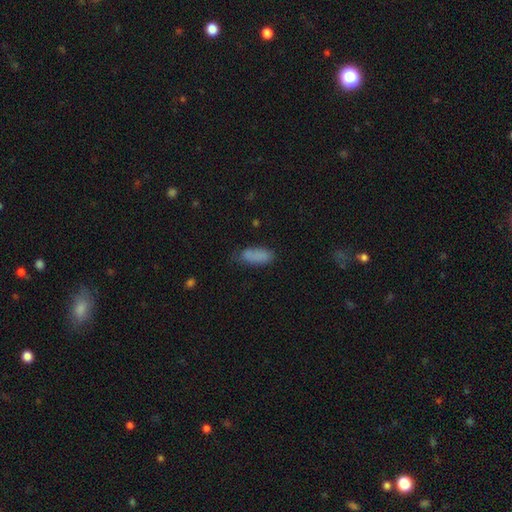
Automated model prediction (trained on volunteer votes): A smooth galaxy with no disk features (84%) that is in between round and cigar-shaped (74%).

Vote fractions:
- Smooth or featured? smooth: 84% / star or artifact: 9% / featured or disk: 8%
- How rounded? in between: 74% / cigar-shaped: 24% / round: 2%
- Merging? none: 65% / minor disturbance: 25% / major disturbance: 7% / merger: 3%